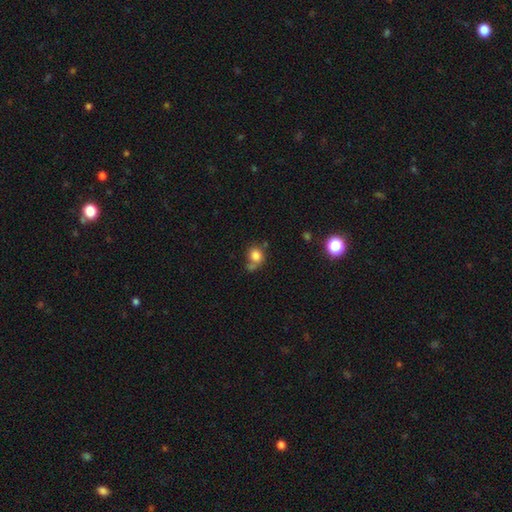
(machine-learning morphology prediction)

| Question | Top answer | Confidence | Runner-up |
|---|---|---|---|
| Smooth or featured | smooth | 79% | star or artifact (11%) |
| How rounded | round | 74% | in between (25%) |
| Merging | none | 45% | minor disturbance (21%) |